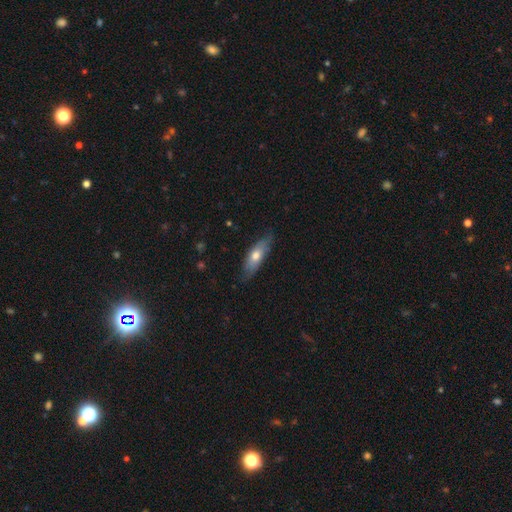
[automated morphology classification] Q: Smooth or featured?
A: smooth (60%); runner-up: featured or disk (34%)
Q: How rounded?
A: in between (53%); runner-up: cigar-shaped (44%)
Q: Merging?
A: none (75%); runner-up: minor disturbance (21%)